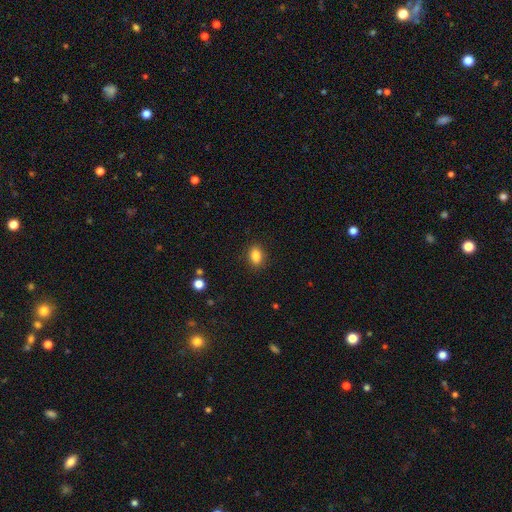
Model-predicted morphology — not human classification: Smooth or featured? Predicted: smooth (p=0.86). How rounded? Predicted: in between (p=0.81). Merging? Predicted: none (p=0.88).